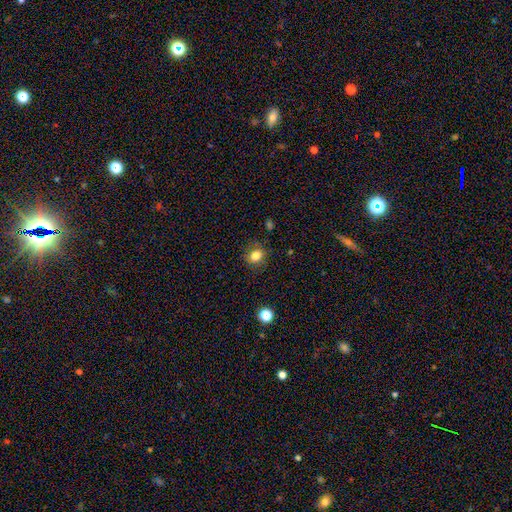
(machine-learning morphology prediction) Smooth or featured: smooth — 82% (star or artifact — 12%)
How rounded: round — 63% (in between — 36%)
Merging: none — 83% (minor disturbance — 12%)